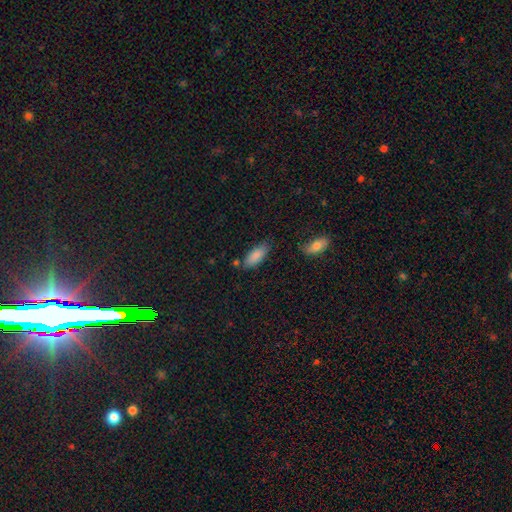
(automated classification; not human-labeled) The model was most divided on "merging": none: 73%, minor disturbance: 18%, merger: 5%, major disturbance: 4%. More confident: smooth or featured — smooth (87%); how rounded — in between (80%).